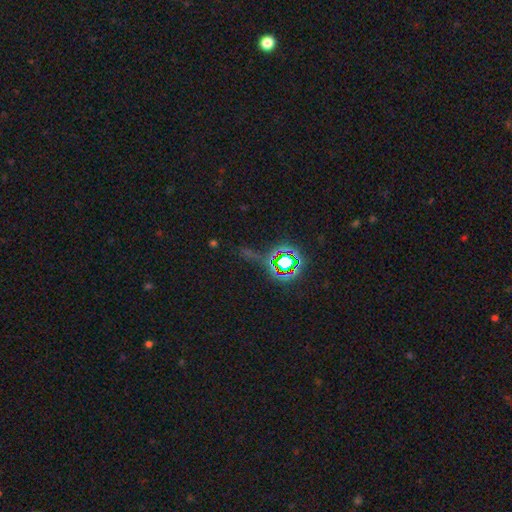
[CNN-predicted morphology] A star or artifact, not a galaxy (75%).